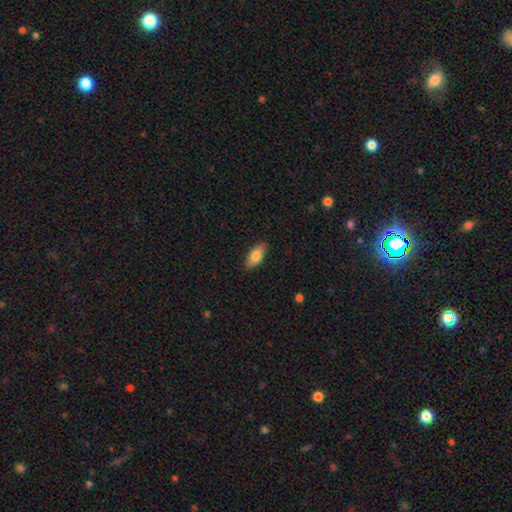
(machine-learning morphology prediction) Overall: smooth (85%). How rounded: in between (90%). Merging: none (84%).